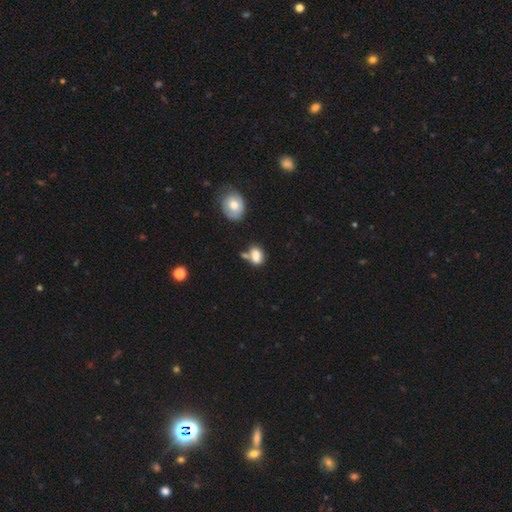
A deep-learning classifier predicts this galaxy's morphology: Smooth or featured? smooth (79%)
How rounded? in between (76%)
Merging? none (45%)